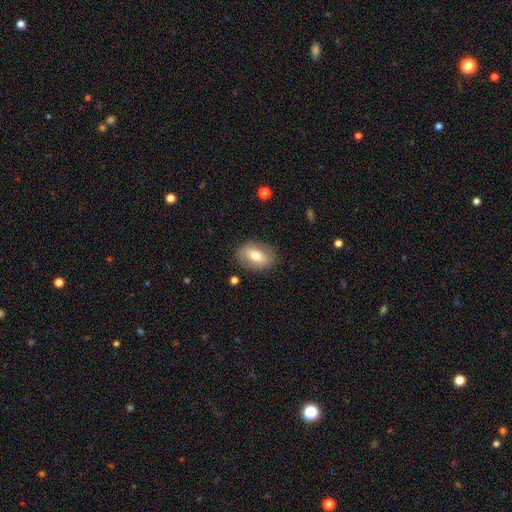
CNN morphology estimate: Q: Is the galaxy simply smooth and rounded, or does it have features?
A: smooth — 65%.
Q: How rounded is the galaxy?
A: in between — 82%.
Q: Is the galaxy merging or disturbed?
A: none — 84%.